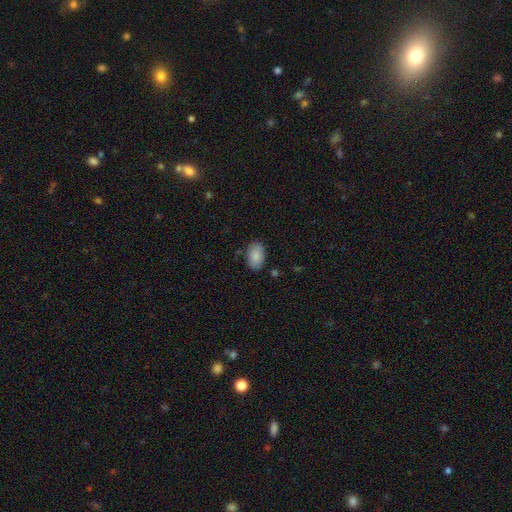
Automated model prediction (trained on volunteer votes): A smooth galaxy with no disk features (88%) that is in between round and cigar-shaped (91%). Merging: none (83%).